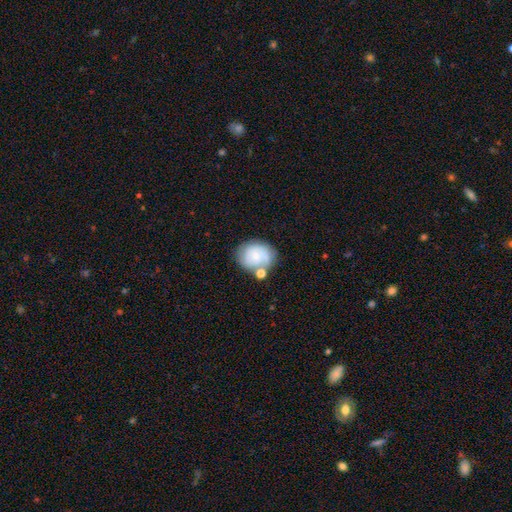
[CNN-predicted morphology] This appears to be a smooth galaxy with no disk features (50%) that is round (62%). Merging: none (53%).